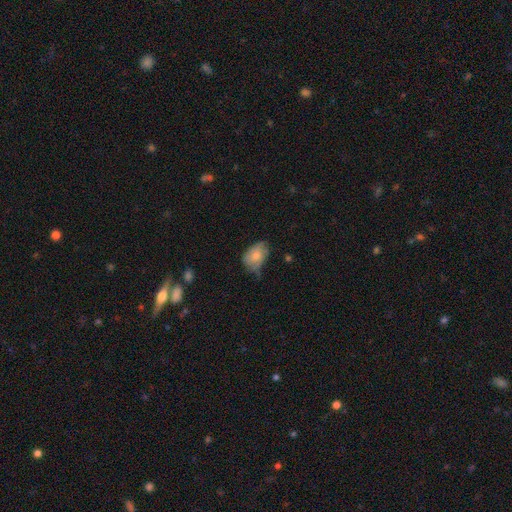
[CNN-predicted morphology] Smooth or featured? Predicted: smooth (p=0.74). How rounded? Predicted: in between (p=0.84). Merging? Predicted: none (p=0.46).